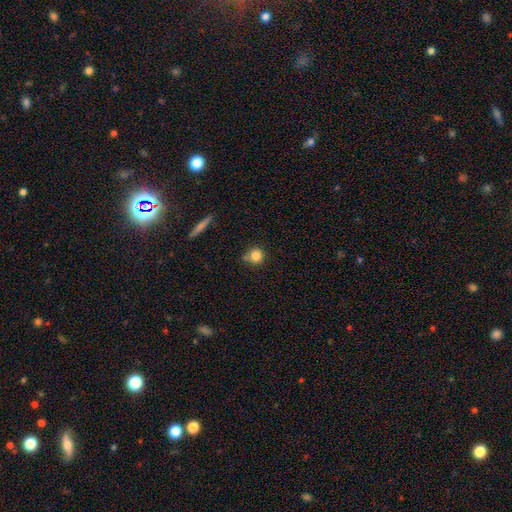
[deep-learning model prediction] Smooth or featured: smooth — 83% (star or artifact — 10%)
How rounded: round — 89% (in between — 9%)
Merging: none — 64% (minor disturbance — 18%)